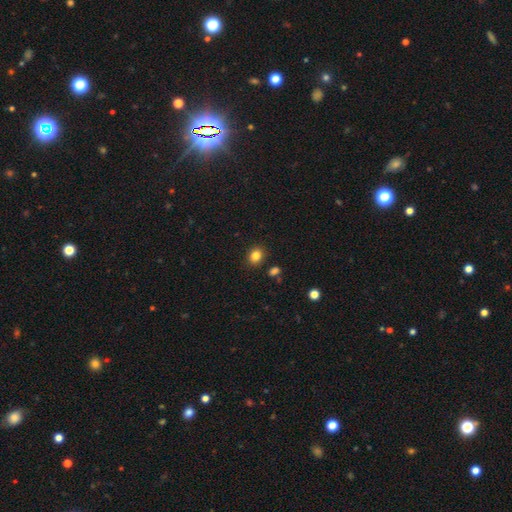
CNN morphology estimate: A smooth galaxy with no disk features (84%) that is round (54%).

Vote fractions:
- Smooth or featured? smooth: 84% / star or artifact: 11% / featured or disk: 5%
- How rounded? round: 54% / in between: 45% / cigar-shaped: 1%
- Merging? none: 87% / minor disturbance: 8% / merger: 3% / major disturbance: 2%